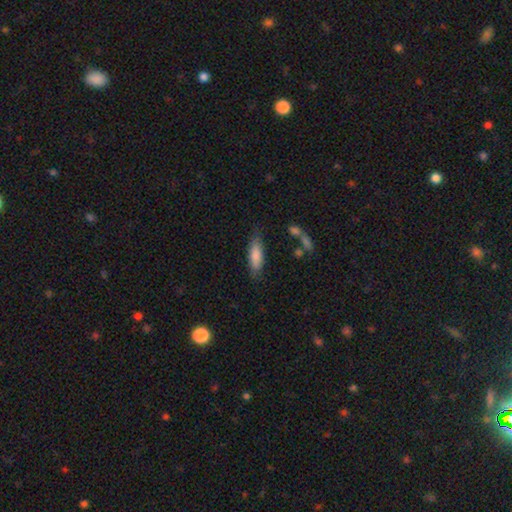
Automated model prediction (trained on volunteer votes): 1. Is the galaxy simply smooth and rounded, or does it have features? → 83% smooth, 11% featured or disk, 6% star or artifact.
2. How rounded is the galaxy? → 55% in between, 43% cigar-shaped, 2% round.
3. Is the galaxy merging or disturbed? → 74% none, 18% minor disturbance, 5% major disturbance, 3% merger.